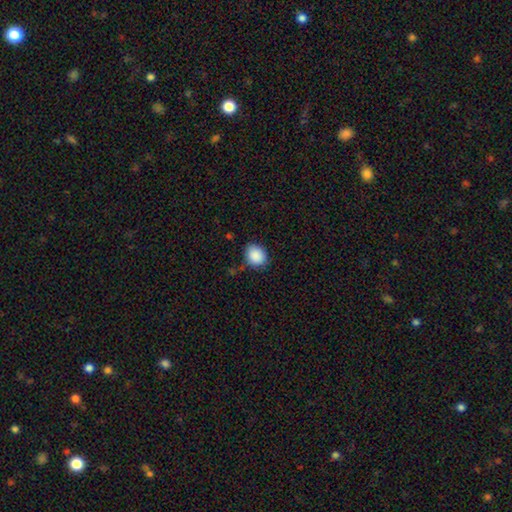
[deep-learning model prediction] Smooth or featured?
  - smooth: 89% *
  - star or artifact: 8%
  - featured or disk: 3%
How rounded?
  - round: 53% *
  - in between: 46%
  - cigar-shaped: 1%
Merging?
  - none: 79% *
  - minor disturbance: 16%
  - major disturbance: 3%
  - merger: 2%